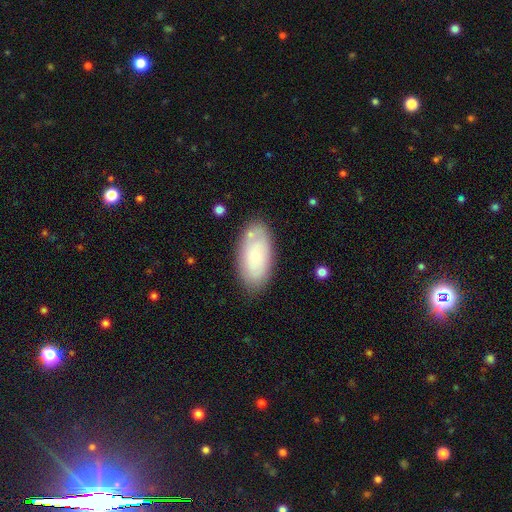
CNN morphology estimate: A smooth galaxy with no disk features (57%) that is in between round and cigar-shaped (93%).

Vote fractions:
- Smooth or featured? smooth: 57% / featured or disk: 36% / star or artifact: 7%
- How rounded? in between: 93% / cigar-shaped: 3% / round: 3%
- Merging? none: 75% / minor disturbance: 16% / merger: 5% / major disturbance: 4%